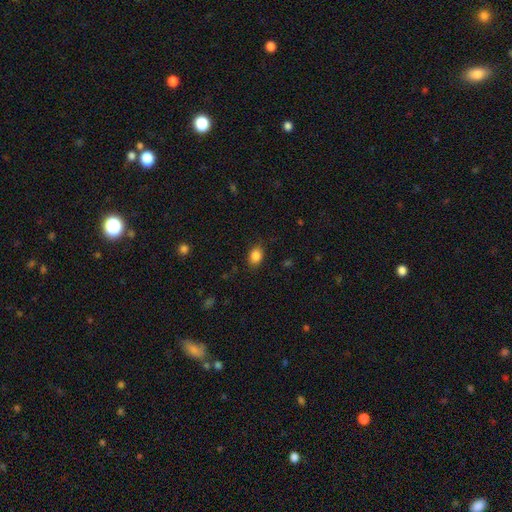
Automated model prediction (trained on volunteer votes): smooth-or-featured: smooth: 86% | star or artifact: 10% | featured or disk: 5%
  how-rounded: in between: 68% | round: 31% | cigar-shaped: 1%
  merging: none: 83% | minor disturbance: 13% | major disturbance: 3% | merger: 1%